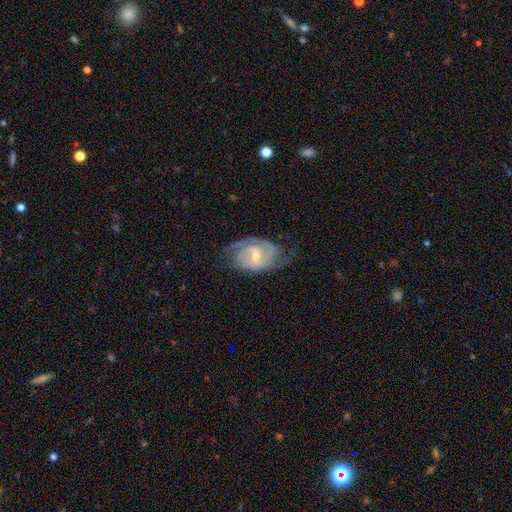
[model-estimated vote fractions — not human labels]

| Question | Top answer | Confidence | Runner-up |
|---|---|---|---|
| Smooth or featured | featured or disk | 84% | smooth (10%) |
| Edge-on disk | no | 97% | yes (3%) |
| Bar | weak | 52% | no (33%) |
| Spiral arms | yes | 95% | no (5%) |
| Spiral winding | tight | 53% | medium (36%) |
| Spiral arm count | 2 | 60% | can't tell (17%) |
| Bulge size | moderate | 49% | small (47%) |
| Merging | none | 67% | minor disturbance (23%) |